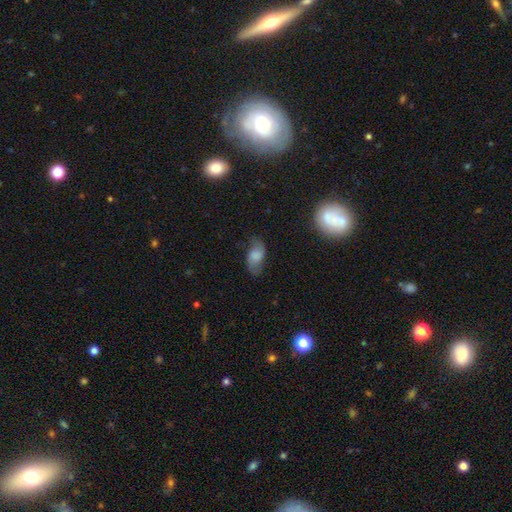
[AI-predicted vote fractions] smooth 59%, featured or disk 32%, star or artifact 9%. Down the decision tree: how rounded — in between (91%); merging — none (66%).